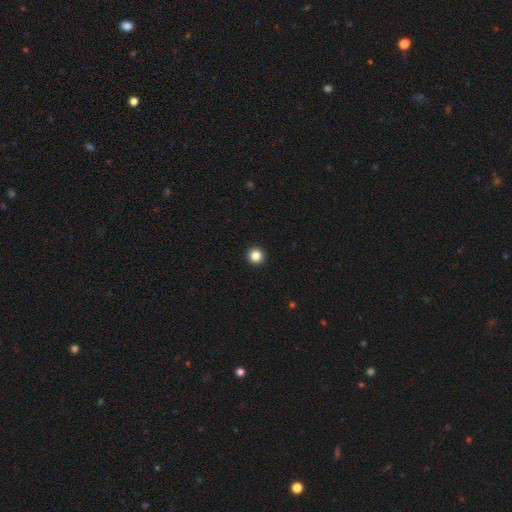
Smooth or featured? smooth (82%)
How rounded? round (100%)
Merging? none (94%)